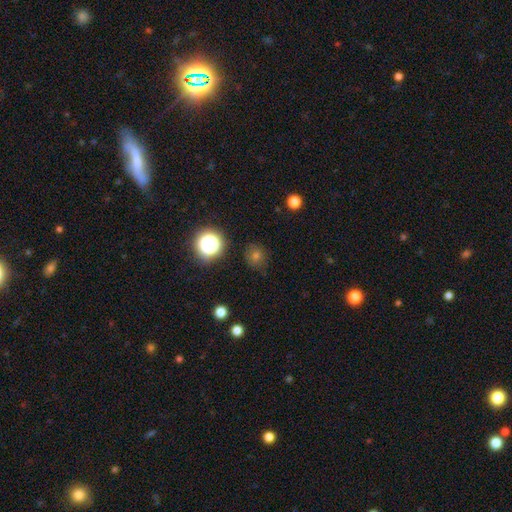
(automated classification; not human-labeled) Smooth or featured?
  - smooth: 65% *
  - star or artifact: 25%
  - featured or disk: 10%
How rounded?
  - round: 84% *
  - in between: 15%
  - cigar-shaped: 1%
Merging?
  - none: 84% *
  - minor disturbance: 11%
  - major disturbance: 4%
  - merger: 2%